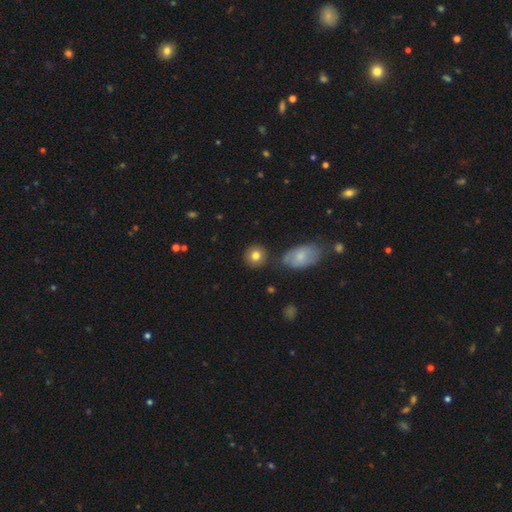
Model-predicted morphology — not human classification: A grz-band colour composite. It shows a smooth galaxy with no disk features (82%) that is round (87%). Merging: none (83%).